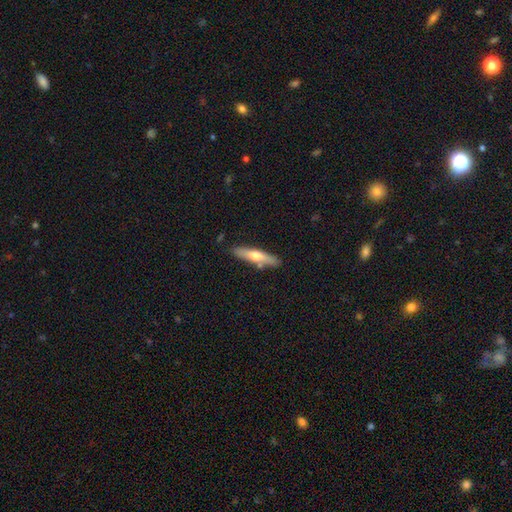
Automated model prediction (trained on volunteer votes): A smooth galaxy with no disk features (53%) that is cigar-shaped (82%). Merging: none (82%).